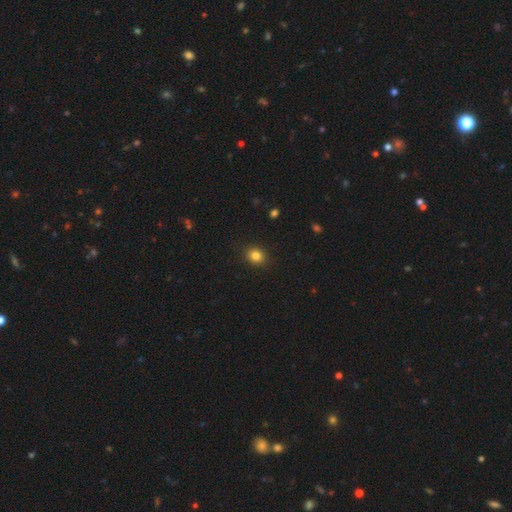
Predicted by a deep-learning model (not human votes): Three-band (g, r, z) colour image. It shows a smooth galaxy with no disk features (83%) that is round (66%). Merging: none (90%).